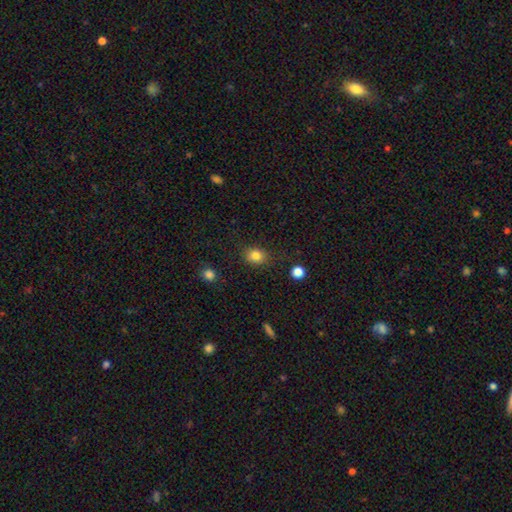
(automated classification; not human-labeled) Q: Smooth or featured?
A: smooth (83%); runner-up: star or artifact (11%)
Q: How rounded?
A: round (58%); runner-up: in between (41%)
Q: Merging?
A: none (82%); runner-up: minor disturbance (13%)